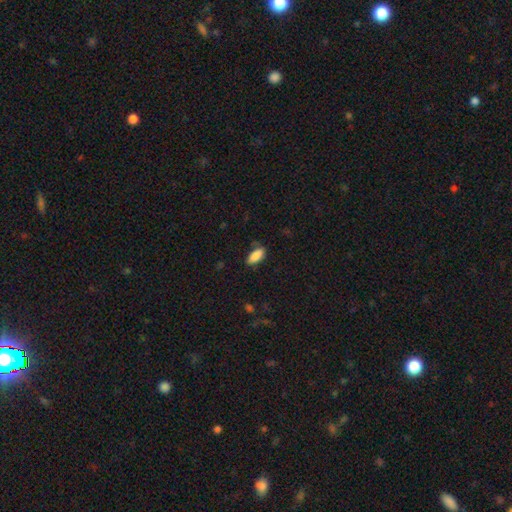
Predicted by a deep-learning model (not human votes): Morphology: type=smooth (87%); roundness=in between (82%); merging=none (76%).